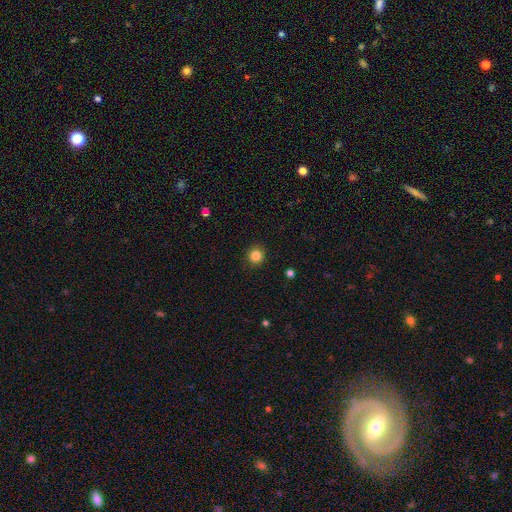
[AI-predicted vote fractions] Smooth or featured: smooth — 85% (star or artifact — 11%)
How rounded: round — 93% (in between — 6%)
Merging: none — 91% (minor disturbance — 6%)